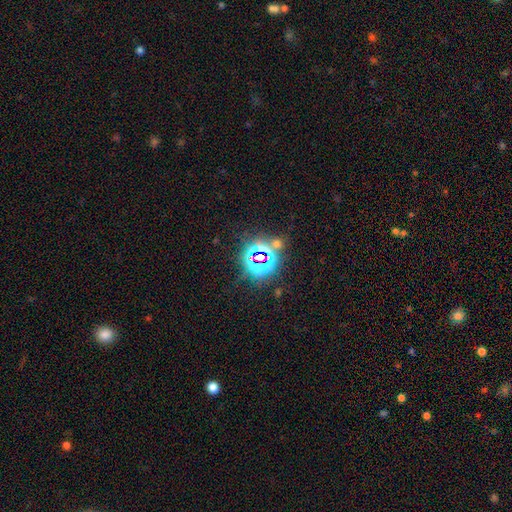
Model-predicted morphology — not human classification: Q: Smooth or featured?
A: star or artifact (80%); runner-up: smooth (12%)